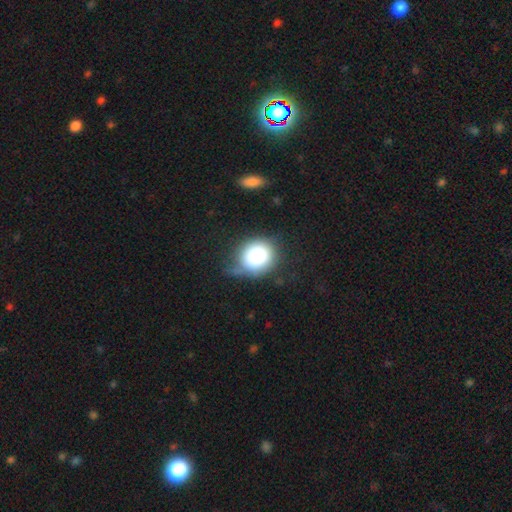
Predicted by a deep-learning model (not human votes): A smooth galaxy with no disk features (80%) that is round (79%).

Vote fractions:
- Smooth or featured? smooth: 80% / featured or disk: 11% / star or artifact: 9%
- How rounded? round: 79% / in between: 19% / cigar-shaped: 1%
- Merging? none: 56% / minor disturbance: 30% / major disturbance: 11% / merger: 4%